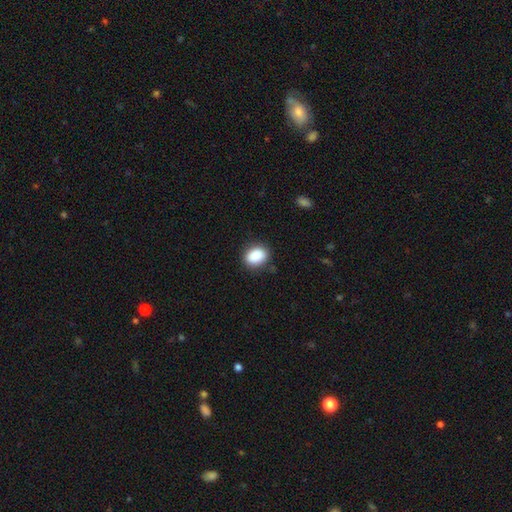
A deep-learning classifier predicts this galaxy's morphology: Smooth or featured: smooth — 89% (star or artifact — 8%)
How rounded: in between — 67% (round — 32%)
Merging: none — 86% (minor disturbance — 10%)